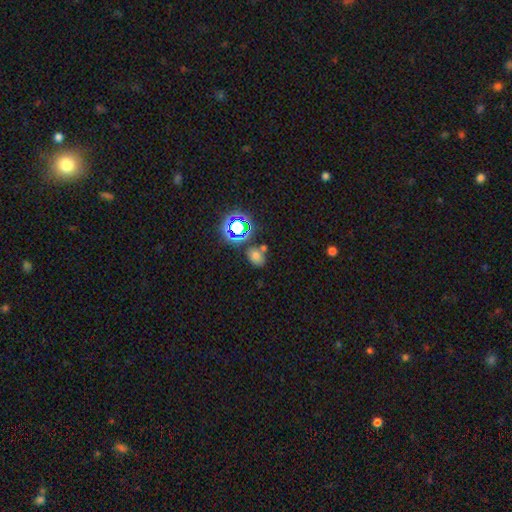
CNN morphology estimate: smooth-or-featured: smooth: 61% | star or artifact: 29% | featured or disk: 10%
  how-rounded: in between: 63% | round: 36% | cigar-shaped: 1%
  merging: none: 67% | merger: 15% | minor disturbance: 13% | major disturbance: 4%